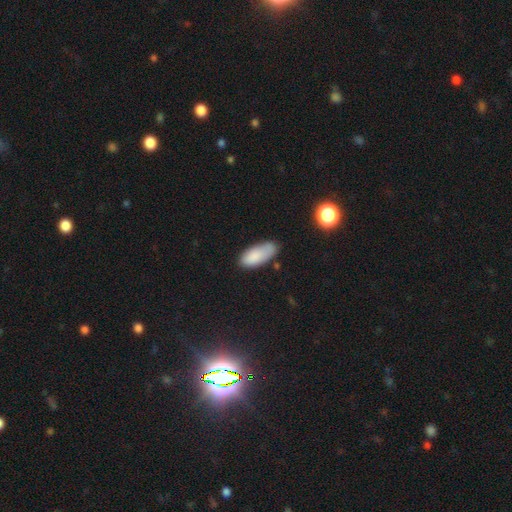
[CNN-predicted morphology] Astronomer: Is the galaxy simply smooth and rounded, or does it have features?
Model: smooth — 85%.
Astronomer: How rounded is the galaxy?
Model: in between — 82%.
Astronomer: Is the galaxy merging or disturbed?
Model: none — 62%.